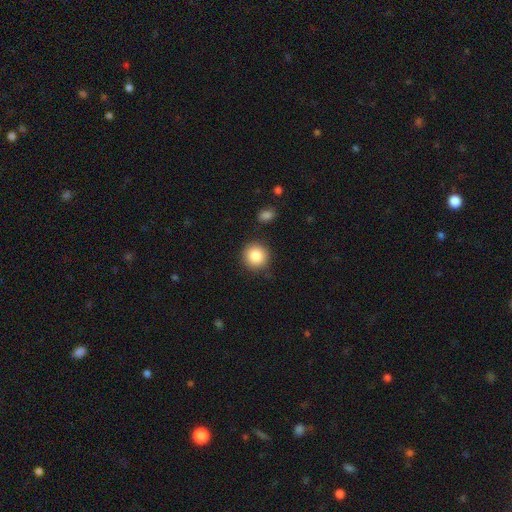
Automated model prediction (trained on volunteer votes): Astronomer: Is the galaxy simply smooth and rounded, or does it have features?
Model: smooth — 85%.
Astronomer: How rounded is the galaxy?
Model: round — 93%.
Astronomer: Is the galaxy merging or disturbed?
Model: none — 88%.